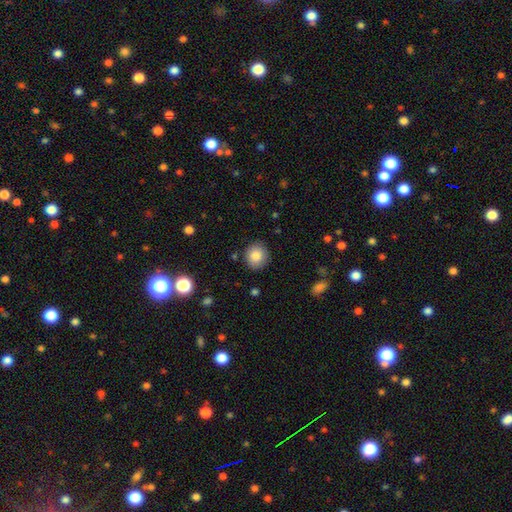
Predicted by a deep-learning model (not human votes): smooth 84%, star or artifact 9%, featured or disk 7%. Down the decision tree: how rounded — round (82%); merging — none (88%).